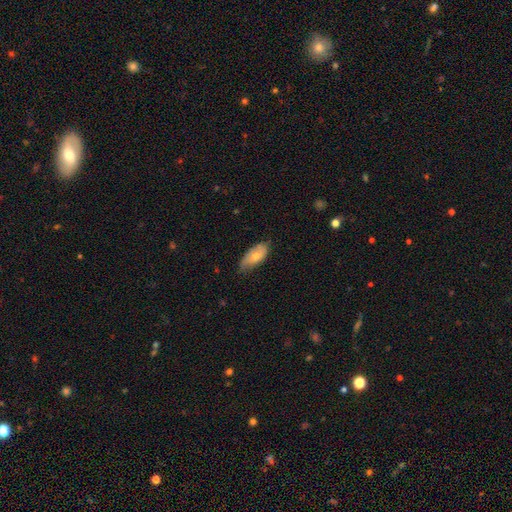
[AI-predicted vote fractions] Q: Smooth or featured?
A: smooth (64%); runner-up: featured or disk (30%)
Q: How rounded?
A: in between (90%); runner-up: cigar-shaped (8%)
Q: Merging?
A: none (59%); runner-up: minor disturbance (34%)